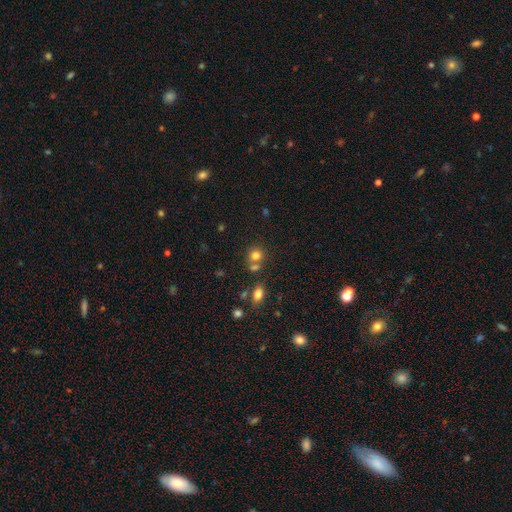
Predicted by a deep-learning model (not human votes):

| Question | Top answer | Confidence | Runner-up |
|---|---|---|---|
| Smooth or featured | smooth | 77% | star or artifact (15%) |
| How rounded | round | 82% | in between (17%) |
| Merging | none | 60% | merger (27%) |